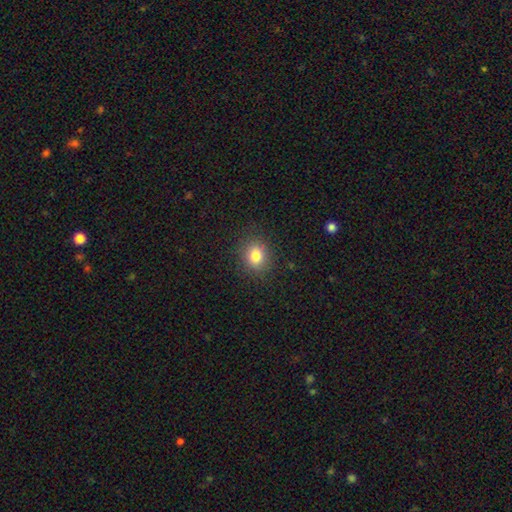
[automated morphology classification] Smooth or featured? smooth (81%)
How rounded? round (62%)
Merging? none (88%)